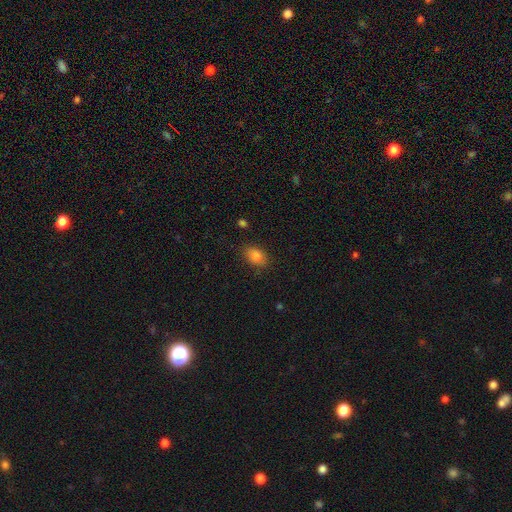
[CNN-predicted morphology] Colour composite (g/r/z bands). It shows a smooth galaxy with no disk features (83%) that is in between round and cigar-shaped (79%). Merging: none (83%).